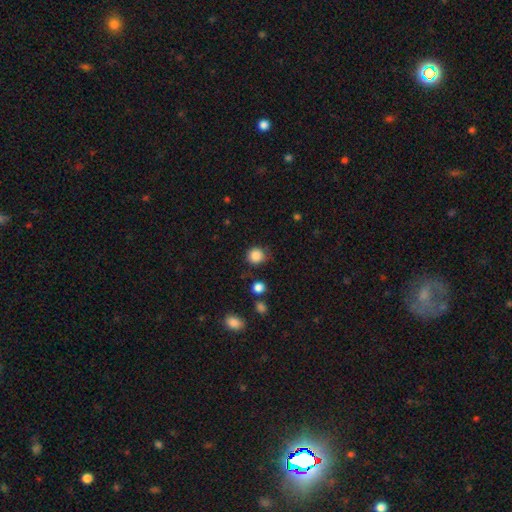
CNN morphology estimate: Smooth or featured? Predicted: smooth (p=0.86). How rounded? Predicted: round (p=0.88). Merging? Predicted: none (p=0.79).